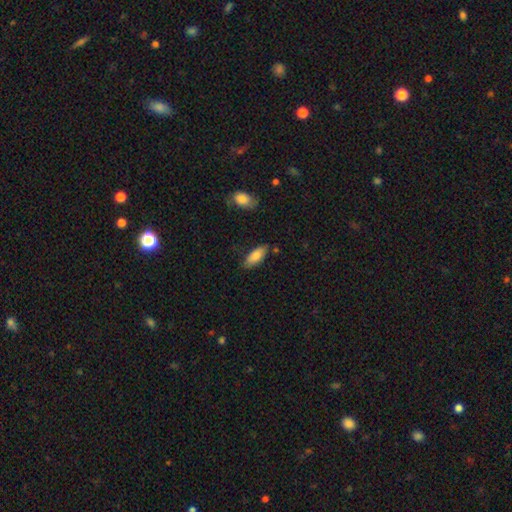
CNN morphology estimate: smooth-or-featured: smooth: 82% | featured or disk: 12% | star or artifact: 6%
  how-rounded: in between: 81% | cigar-shaped: 17% | round: 2%
  merging: none: 77% | minor disturbance: 17% | major disturbance: 3% | merger: 3%